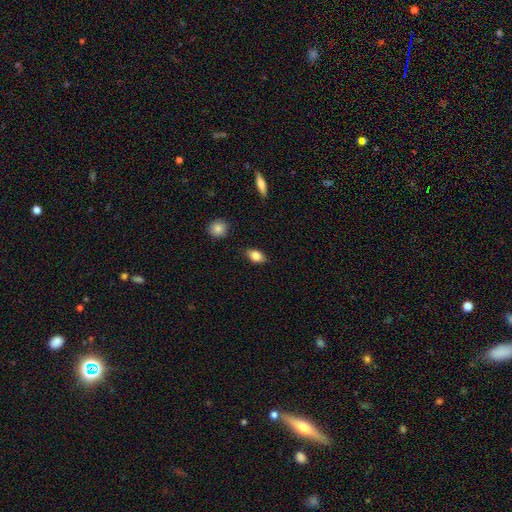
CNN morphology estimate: Smooth or featured? smooth (84%)
How rounded? in between (85%)
Merging? none (83%)